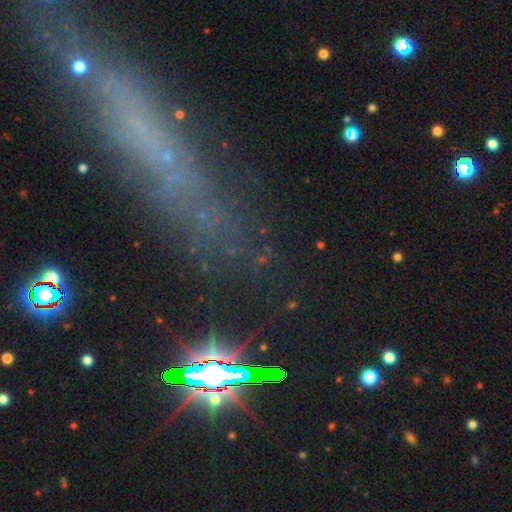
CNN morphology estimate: smooth-or-featured: star or artifact: 48% | smooth: 27% | featured or disk: 25%